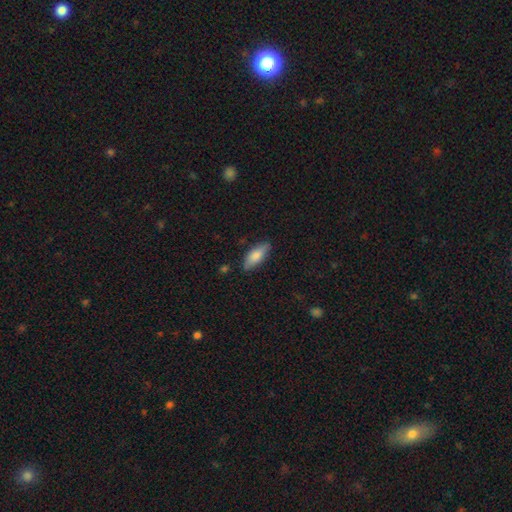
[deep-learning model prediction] A smooth galaxy with no disk features (79%) that is in between round and cigar-shaped (75%).

Vote fractions:
- Smooth or featured? smooth: 79% / featured or disk: 15% / star or artifact: 6%
- How rounded? in between: 75% / cigar-shaped: 23% / round: 2%
- Merging? none: 82% / minor disturbance: 14% / major disturbance: 2% / merger: 1%